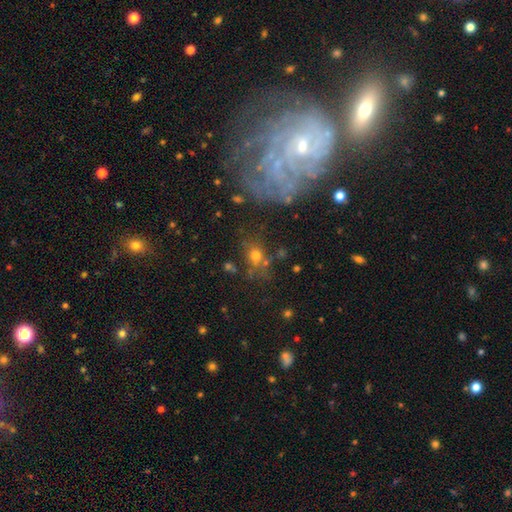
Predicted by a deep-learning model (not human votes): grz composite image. It shows a smooth galaxy with no disk features (67%) that is round (64%). Merging: none (64%).